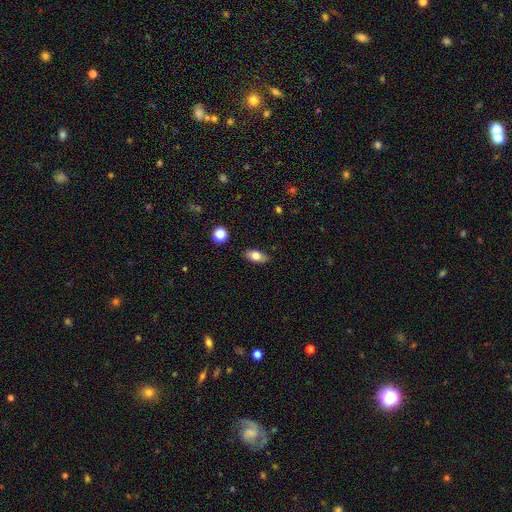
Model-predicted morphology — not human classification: Overall: smooth (76%). How rounded: in between (85%). Merging: none (86%).